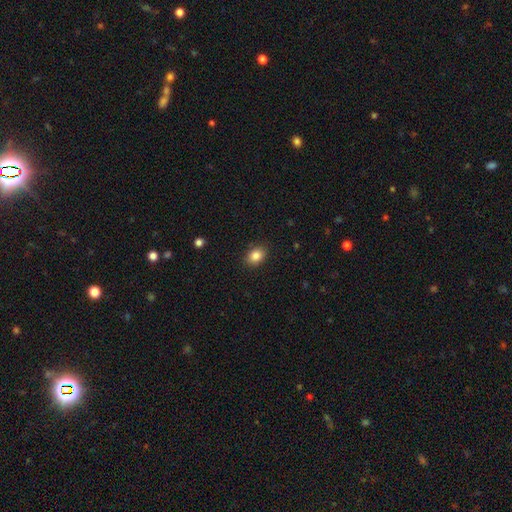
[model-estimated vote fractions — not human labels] Morphology: type=smooth (85%); roundness=in between (65%); merging=none (87%).